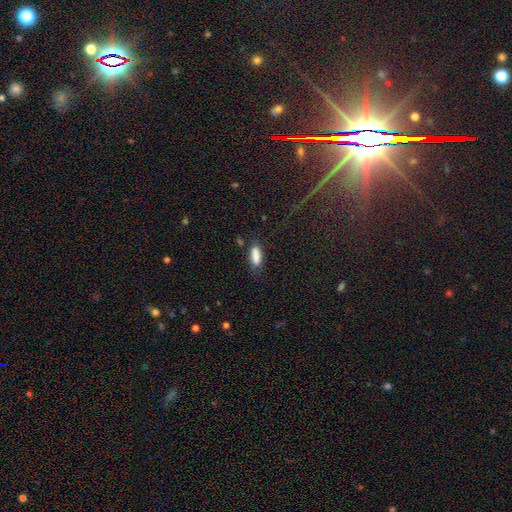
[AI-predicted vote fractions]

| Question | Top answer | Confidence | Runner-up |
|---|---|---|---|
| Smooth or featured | smooth | 85% | star or artifact (9%) |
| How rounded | in between | 71% | cigar-shaped (27%) |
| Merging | none | 70% | minor disturbance (21%) |